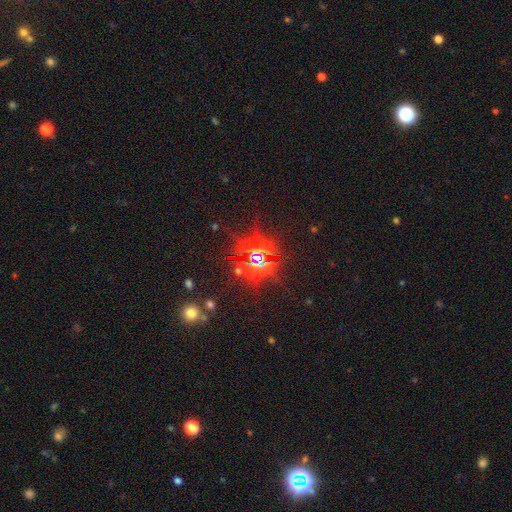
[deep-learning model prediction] Smooth or featured? star or artifact (82%)